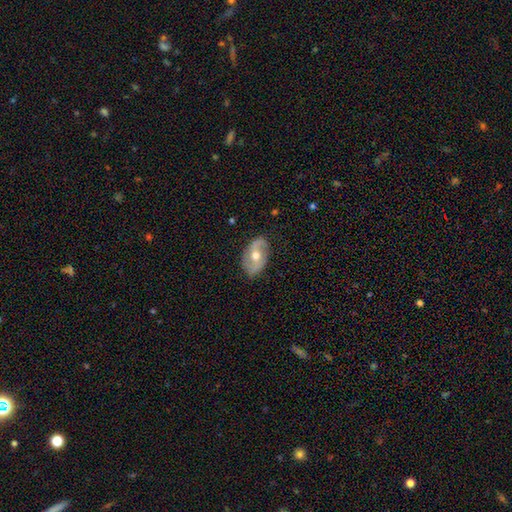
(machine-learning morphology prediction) Overall: featured or disk (65%; smooth 29%). Edge-on disk: no (94%). Bar: no (52%; weak 33%). Spiral arms: yes (72%). Bulge size: moderate (78%). Merging: none (78%).